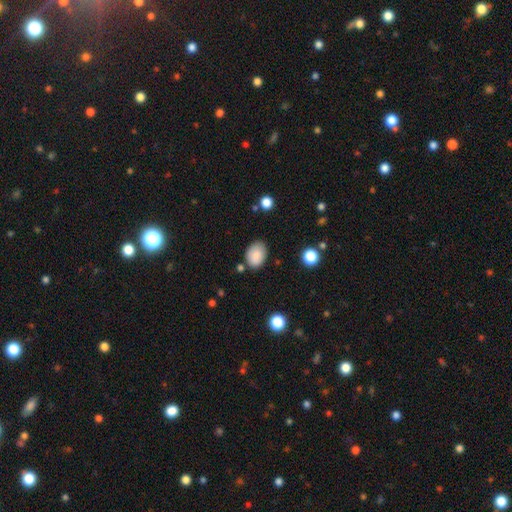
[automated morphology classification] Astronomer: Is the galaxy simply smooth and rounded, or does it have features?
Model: smooth — 87%.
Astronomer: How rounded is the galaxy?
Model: in between — 79%.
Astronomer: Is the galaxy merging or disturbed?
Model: none — 76%.